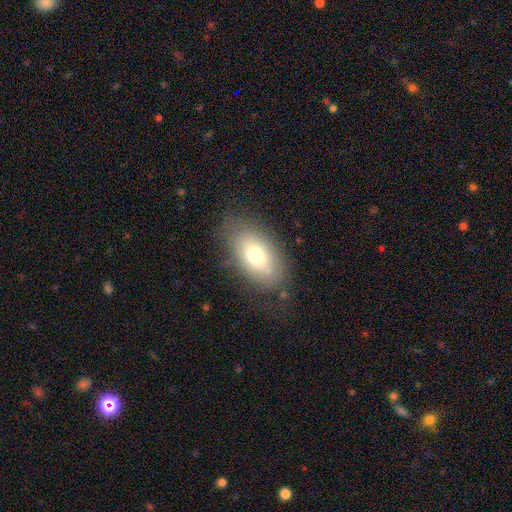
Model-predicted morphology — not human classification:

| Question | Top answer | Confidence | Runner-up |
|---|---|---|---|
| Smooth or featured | smooth | 70% | featured or disk (21%) |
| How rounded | in between | 91% | round (7%) |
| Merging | none | 75% | minor disturbance (17%) |